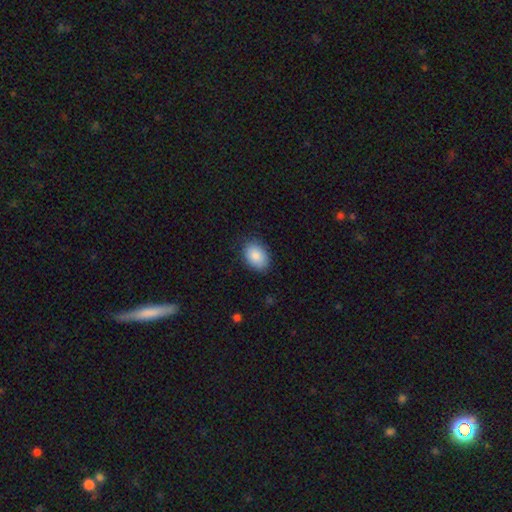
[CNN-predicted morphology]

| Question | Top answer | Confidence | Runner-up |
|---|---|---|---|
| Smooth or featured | smooth | 87% | star or artifact (7%) |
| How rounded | in between | 82% | round (17%) |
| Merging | none | 84% | minor disturbance (12%) |